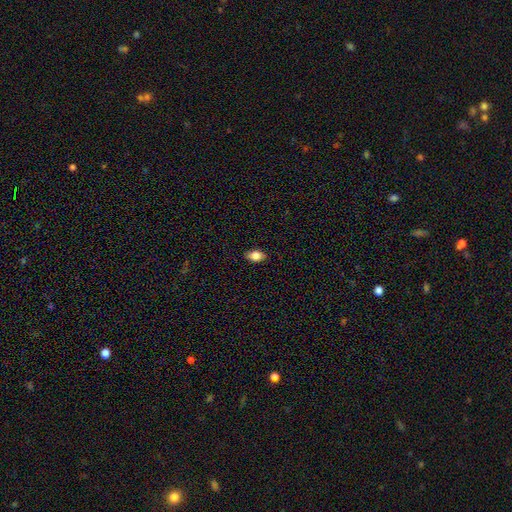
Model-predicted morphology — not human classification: Q: Smooth or featured?
A: smooth (83%); runner-up: featured or disk (9%)
Q: How rounded?
A: in between (87%); runner-up: round (9%)
Q: Merging?
A: none (86%); runner-up: minor disturbance (11%)